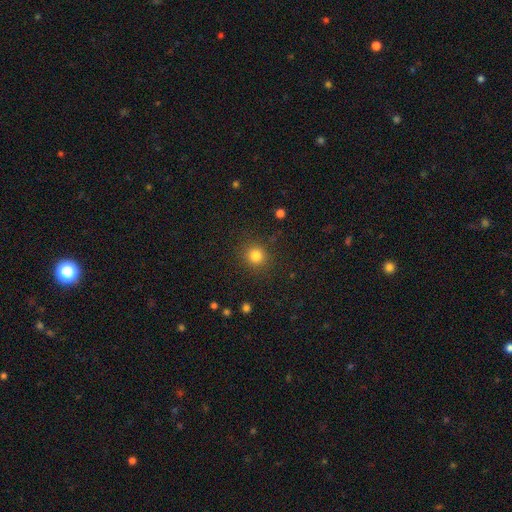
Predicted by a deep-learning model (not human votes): Q: Smooth or featured?
A: smooth (82%); runner-up: star or artifact (13%)
Q: How rounded?
A: round (91%); runner-up: in between (8%)
Q: Merging?
A: none (89%); runner-up: minor disturbance (7%)